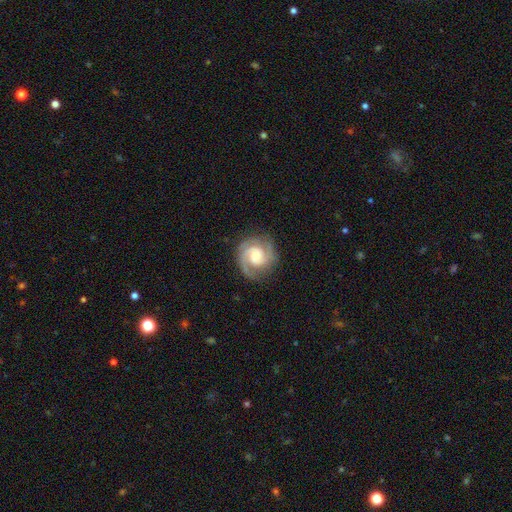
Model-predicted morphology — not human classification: A featured or disk galaxy (86%) with no bar (56%), 2 (70%) tight (48%) spiral arms (97%) and a moderate central bulge (55%). Merging: none (80%).